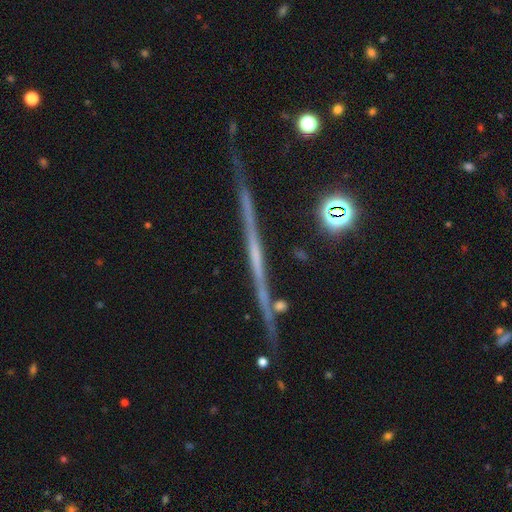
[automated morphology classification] The model was most divided on "smooth or featured": featured or disk: 72%, smooth: 16%, star or artifact: 12%. More confident: edge-on disk — yes (97%); merging — none (85%); edge-on bulge — none (78%).